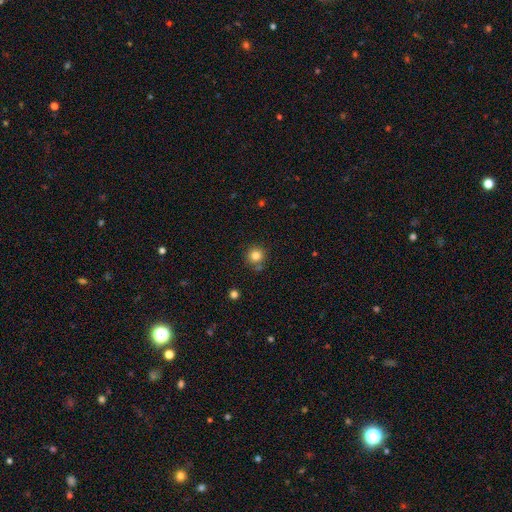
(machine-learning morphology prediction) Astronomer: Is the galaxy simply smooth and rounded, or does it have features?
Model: smooth — 82%.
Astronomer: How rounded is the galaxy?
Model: round — 93%.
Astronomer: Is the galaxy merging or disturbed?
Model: none — 80%.